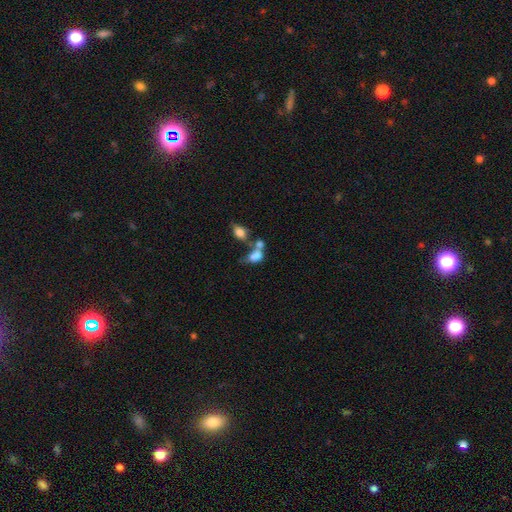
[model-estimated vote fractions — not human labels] A smooth galaxy with no disk features (68%) that is in between round and cigar-shaped (77%).

Vote fractions:
- Smooth or featured? smooth: 68% / featured or disk: 20% / star or artifact: 12%
- How rounded? in between: 77% / round: 19% / cigar-shaped: 4%
- Merging? merger: 53% / none: 22% / major disturbance: 14% / minor disturbance: 11%